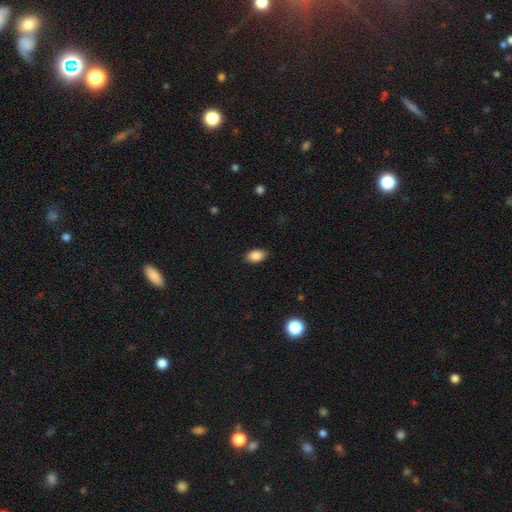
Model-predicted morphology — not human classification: A smooth galaxy with no disk features (88%) that is in between round and cigar-shaped (90%).

Vote fractions:
- Smooth or featured? smooth: 88% / star or artifact: 8% / featured or disk: 4%
- How rounded? in between: 90% / round: 9% / cigar-shaped: 2%
- Merging? none: 87% / minor disturbance: 10% / major disturbance: 2% / merger: 1%